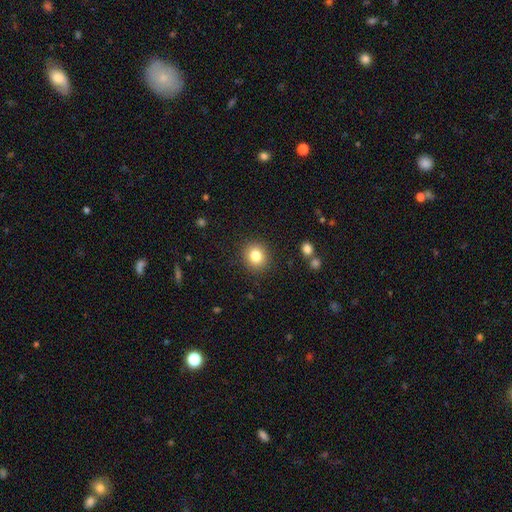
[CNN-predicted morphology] The model was most divided on "how rounded": round: 84%, in between: 15%, cigar-shaped: 1%. More confident: merging — none (90%); smooth or featured — smooth (82%).